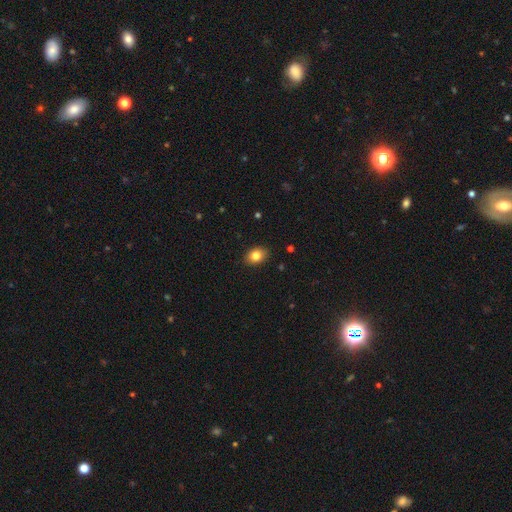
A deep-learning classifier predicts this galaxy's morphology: Overall: smooth (83%). How rounded: in between (69%; round 30%). Merging: none (89%).